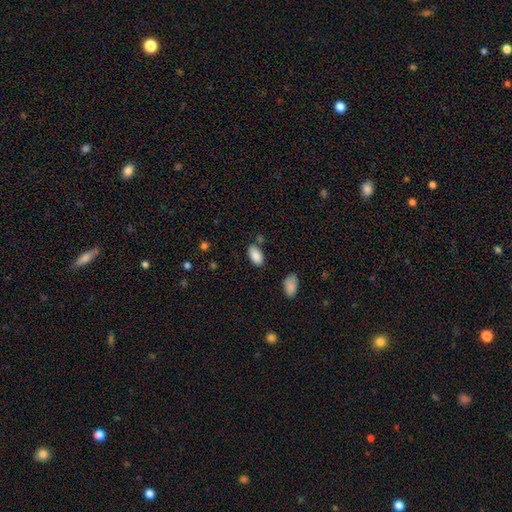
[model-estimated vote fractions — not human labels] smooth-or-featured: smooth: 88% | star or artifact: 7% | featured or disk: 5%
  how-rounded: in between: 94% | cigar-shaped: 3% | round: 3%
  merging: none: 77% | minor disturbance: 14% | merger: 6% | major disturbance: 3%